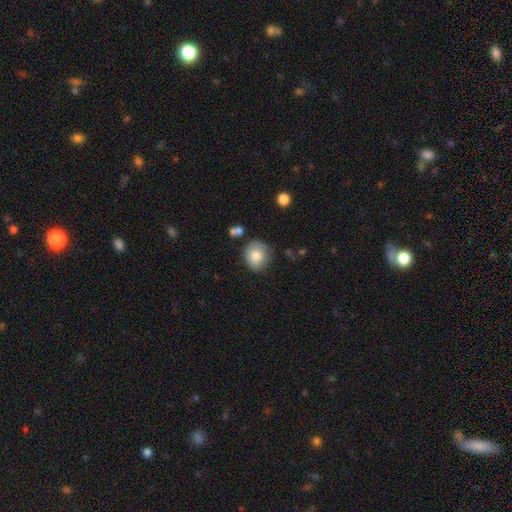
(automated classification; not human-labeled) The model was most divided on "merging": none: 70%, minor disturbance: 20%, major disturbance: 5%, merger: 5%. More confident: smooth or featured — smooth (80%); how rounded — round (78%).